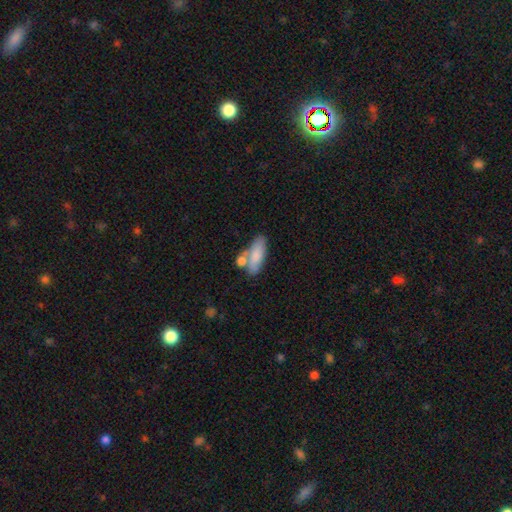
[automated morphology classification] smooth_or_featured: smooth (p=0.79) [alt: featured or disk p=0.15]
how_rounded: in between (p=0.74) [alt: cigar-shaped p=0.24]
merging: none (p=0.48) [alt: merger p=0.28]